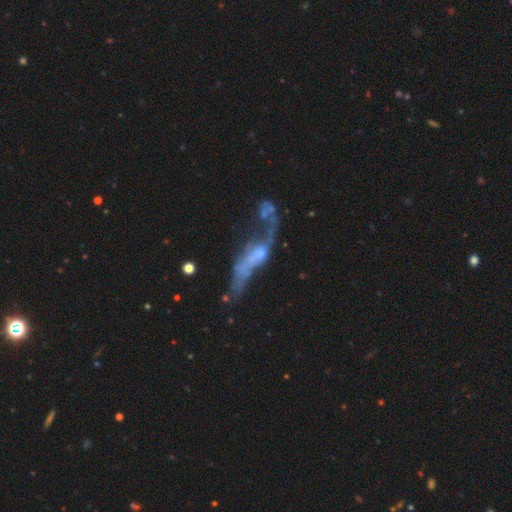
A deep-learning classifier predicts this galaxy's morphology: A featured or disk galaxy (71%) with no bar (63%), spiral arms (57%) and a small central bulge (38%). Merging: major disturbance (36%).